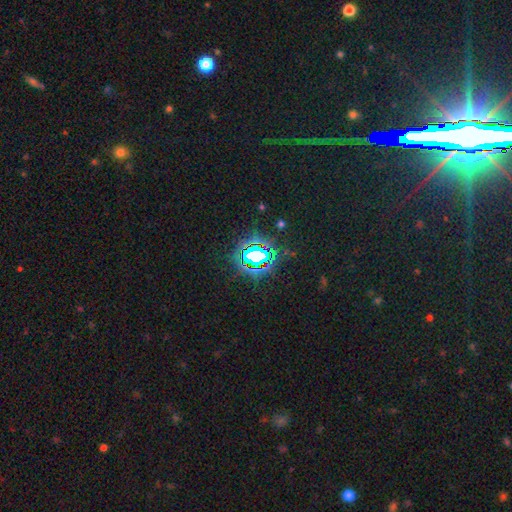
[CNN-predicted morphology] A star or artifact, not a galaxy (75%).